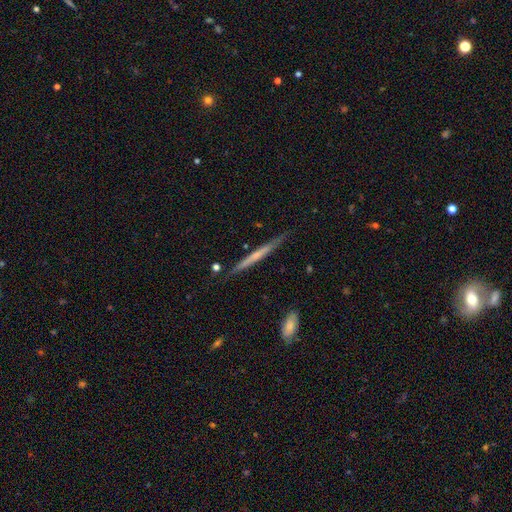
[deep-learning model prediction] smooth_or_featured: featured or disk (p=0.56) [alt: smooth p=0.38]
disk_edge_on: yes (p=0.96) [alt: no p=0.04]
edge_on_bulge: none (p=0.68) [alt: rounded p=0.26]
merging: none (p=0.83) [alt: minor disturbance p=0.13]